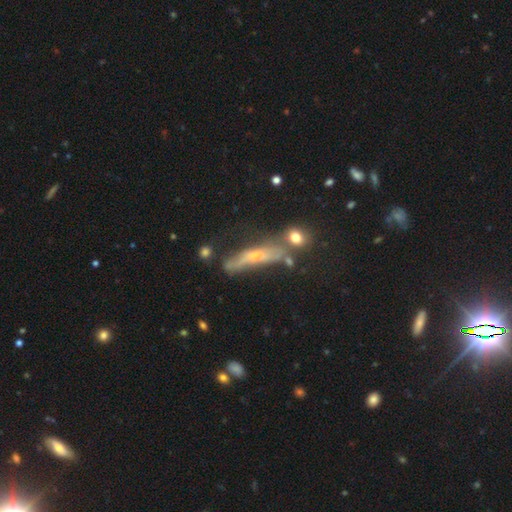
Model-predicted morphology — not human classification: The model was most divided on "smooth or featured": featured or disk: 57%, smooth: 31%, star or artifact: 12%. More confident: edge-on disk — yes (73%); merging — none (53%).